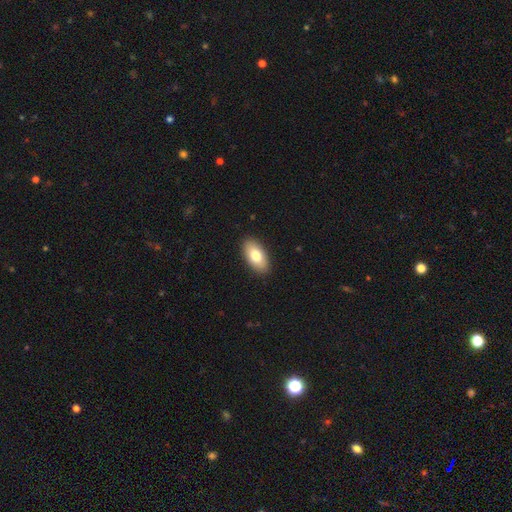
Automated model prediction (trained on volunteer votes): Smooth or featured?
  - smooth: 77% *
  - featured or disk: 17%
  - star or artifact: 6%
How rounded?
  - in between: 93% *
  - cigar-shaped: 3%
  - round: 3%
Merging?
  - none: 90% *
  - minor disturbance: 8%
  - major disturbance: 2%
  - merger: 1%